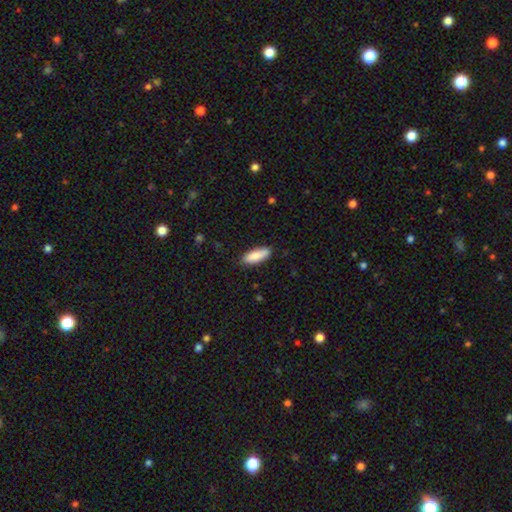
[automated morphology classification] smooth-or-featured: smooth: 86% | featured or disk: 8% | star or artifact: 6%
  how-rounded: in between: 64% | cigar-shaped: 35% | round: 2%
  merging: none: 85% | minor disturbance: 12% | major disturbance: 2% | merger: 1%